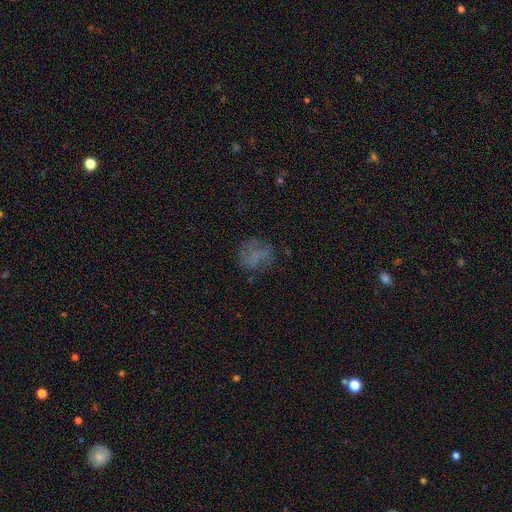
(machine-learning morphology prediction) This is possibly a smooth galaxy (45%). Merging: likely none (64%).